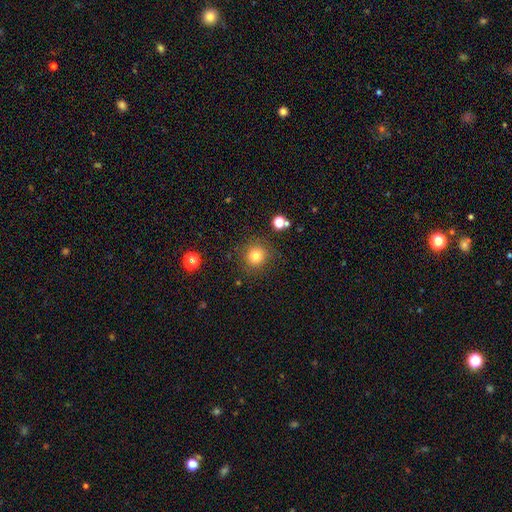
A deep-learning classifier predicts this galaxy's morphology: type=smooth (78%); roundness=round (93%); merging=none (86%).